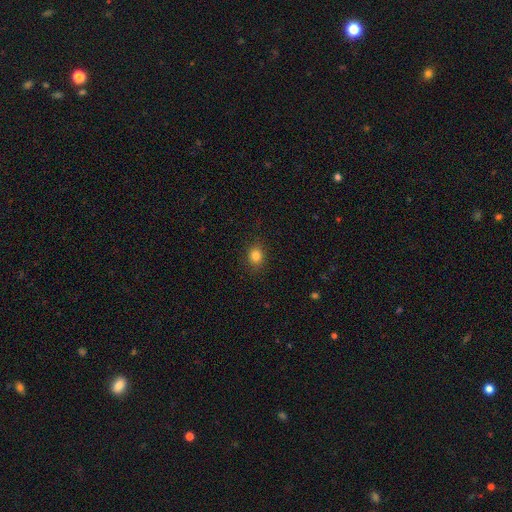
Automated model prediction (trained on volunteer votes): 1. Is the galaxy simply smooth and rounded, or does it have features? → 83% smooth, 12% star or artifact, 5% featured or disk.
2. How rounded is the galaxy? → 60% round, 39% in between, 1% cigar-shaped.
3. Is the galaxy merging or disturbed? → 88% none, 8% minor disturbance, 2% major disturbance, 1% merger.